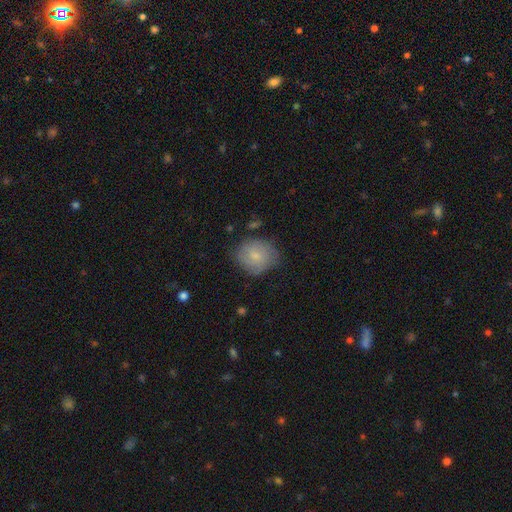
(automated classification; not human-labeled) smooth 72%, featured or disk 21%, star or artifact 7%. Down the decision tree: how rounded — round (75%); merging — none (65%).